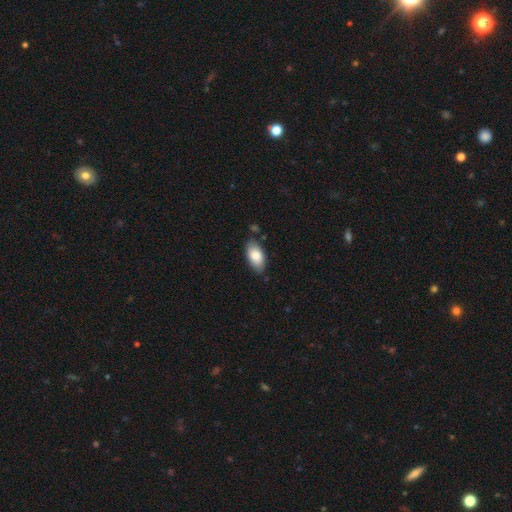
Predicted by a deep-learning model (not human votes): This is clearly a smooth galaxy (83%). How rounded: clearly in between (93%). Merging: likely none (78%).